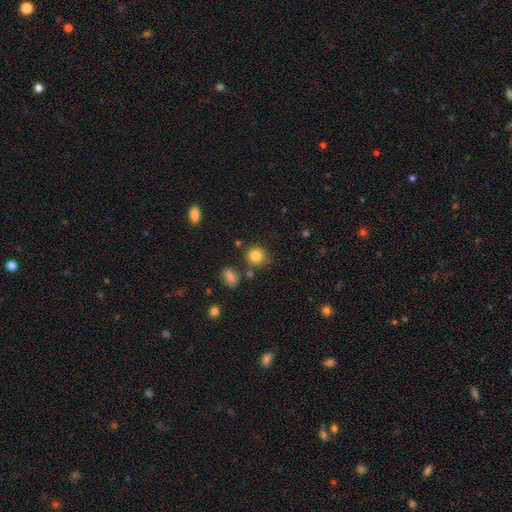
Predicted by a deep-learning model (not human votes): Smooth or featured? smooth (84%)
How rounded? round (83%)
Merging? none (75%)